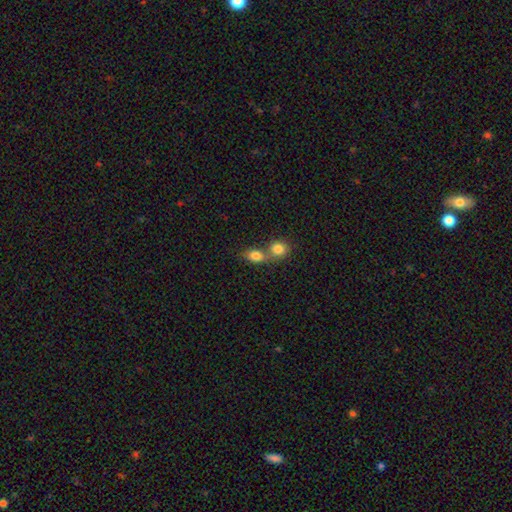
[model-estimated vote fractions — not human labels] This is clearly a smooth galaxy (82%). How rounded: likely in between (62%). Merging: possibly merger (59%).